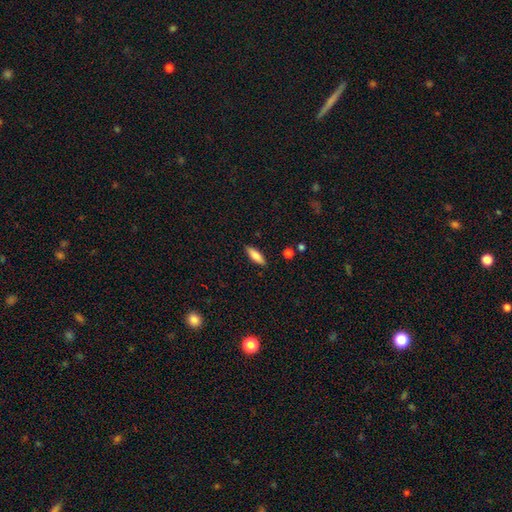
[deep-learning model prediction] Morphology: type=smooth (78%); roundness=in between (55%); merging=none (88%).